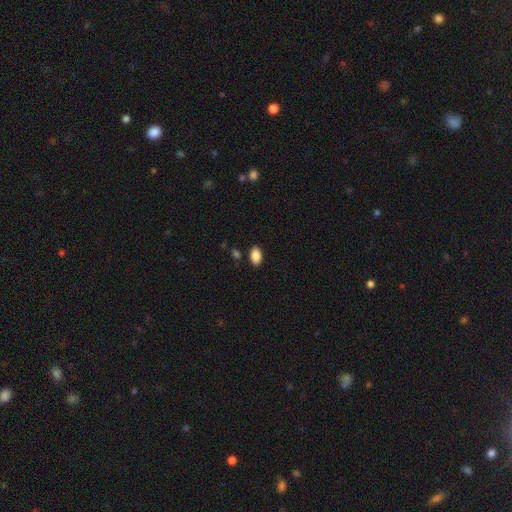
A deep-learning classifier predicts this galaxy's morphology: type=smooth (87%); roundness=in between (92%); merging=none (87%).